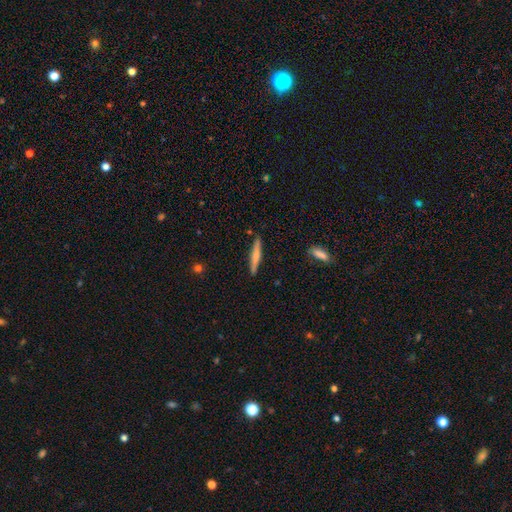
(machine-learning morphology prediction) This appears to be a smooth galaxy with no disk features (59%) that is cigar-shaped (94%). Merging: none (89%).